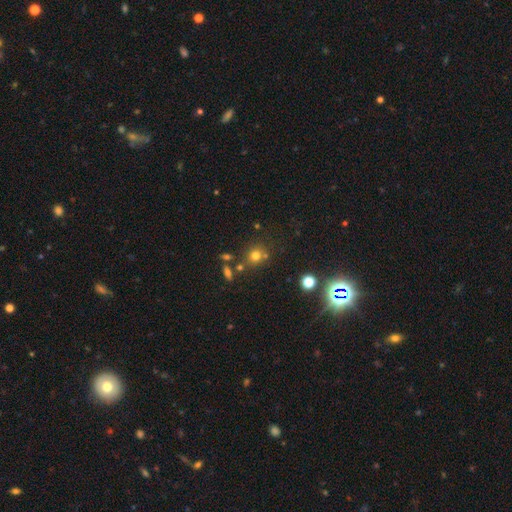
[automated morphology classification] Smooth or featured? smooth (72%)
How rounded? round (82%)
Merging? none (70%)